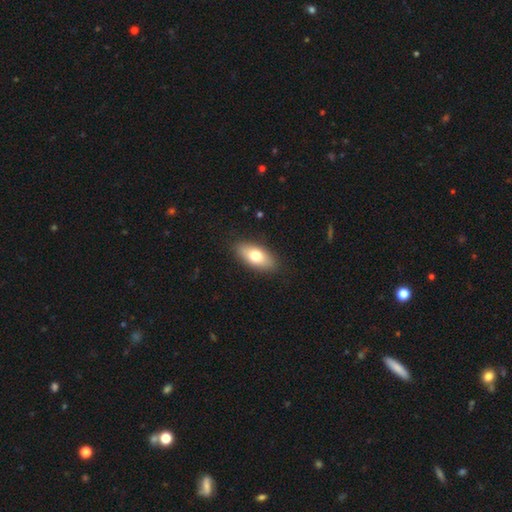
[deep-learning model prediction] Smooth or featured?
  - smooth: 72% *
  - featured or disk: 22%
  - star or artifact: 6%
How rounded?
  - in between: 85% *
  - cigar-shaped: 11%
  - round: 4%
Merging?
  - none: 88% *
  - minor disturbance: 9%
  - major disturbance: 2%
  - merger: 1%